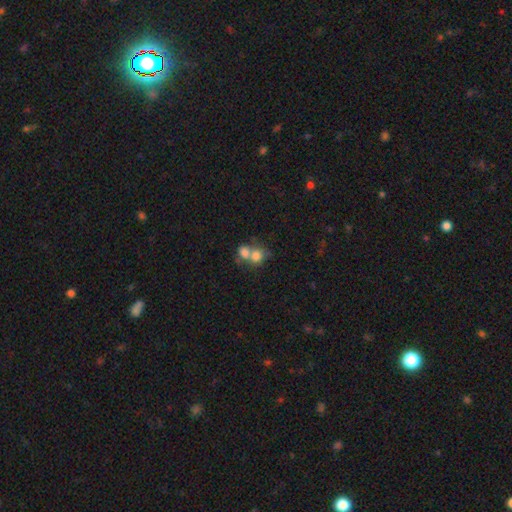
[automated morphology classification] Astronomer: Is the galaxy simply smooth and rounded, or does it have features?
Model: smooth — 74%.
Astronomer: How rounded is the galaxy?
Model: round — 69%.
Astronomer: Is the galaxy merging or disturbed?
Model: merger — 62%.